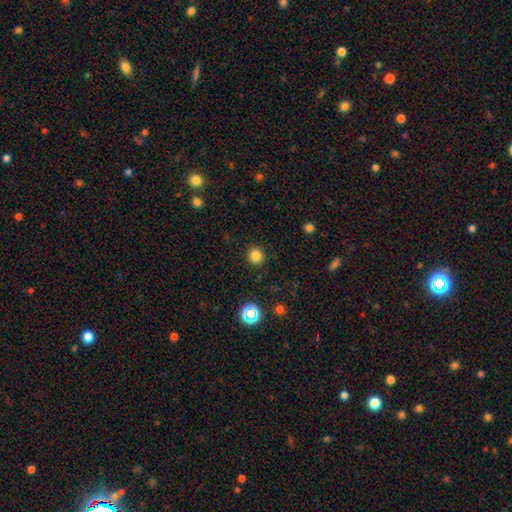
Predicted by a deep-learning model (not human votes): smooth_or_featured: smooth (p=0.80) [alt: star or artifact p=0.15]
how_rounded: round (p=0.92) [alt: in between p=0.07]
merging: none (p=0.90) [alt: minor disturbance p=0.06]